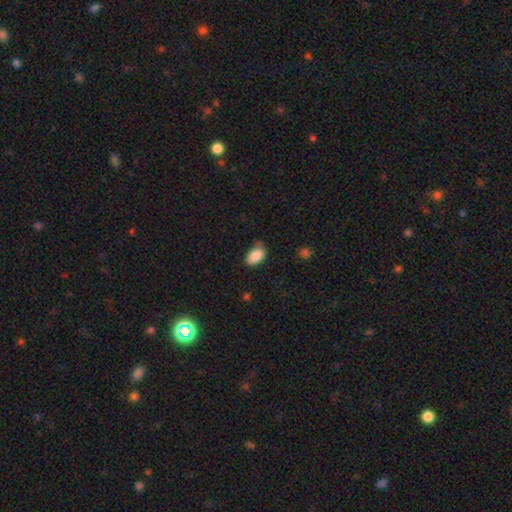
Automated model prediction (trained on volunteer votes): The model was most divided on "merging": none: 67%, minor disturbance: 27%, major disturbance: 5%, merger: 2%. More confident: how rounded — in between (90%); smooth or featured — smooth (88%).